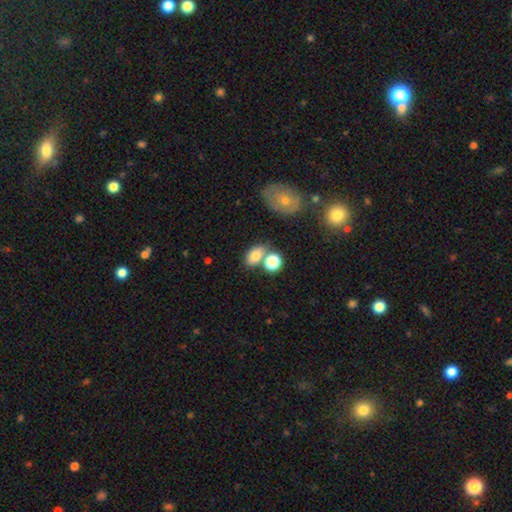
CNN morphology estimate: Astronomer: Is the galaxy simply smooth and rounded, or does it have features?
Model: smooth — 76%.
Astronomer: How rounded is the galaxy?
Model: in between — 78%.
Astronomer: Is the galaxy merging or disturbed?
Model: none — 55%.